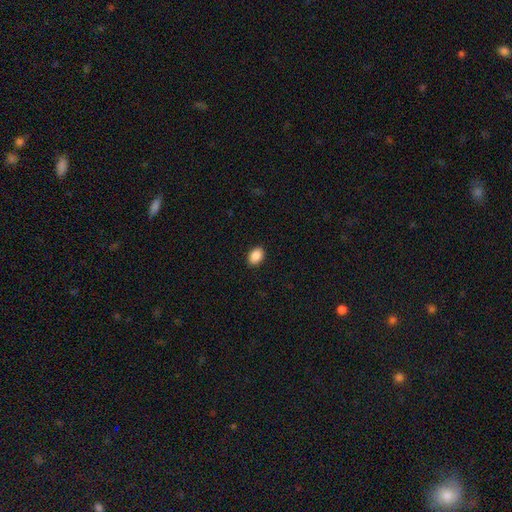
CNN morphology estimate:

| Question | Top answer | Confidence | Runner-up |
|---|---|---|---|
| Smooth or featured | smooth | 89% | star or artifact (8%) |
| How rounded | in between | 79% | round (20%) |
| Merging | none | 90% | minor disturbance (7%) |